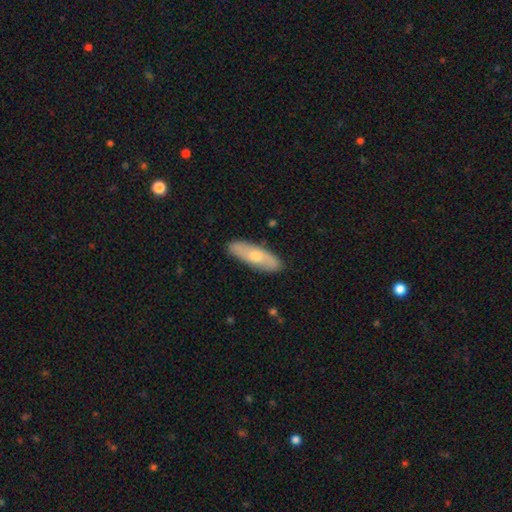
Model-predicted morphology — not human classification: Smooth or featured: smooth — 56% (featured or disk — 39%)
How rounded: in between — 54% (cigar-shaped — 43%)
Merging: none — 87% (minor disturbance — 10%)